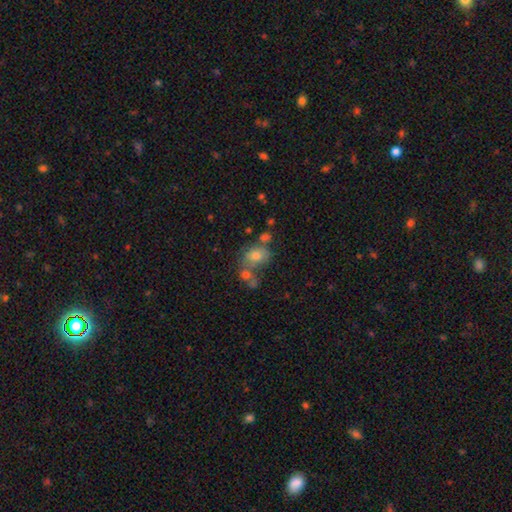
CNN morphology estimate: Q: Smooth or featured?
A: smooth (49%); runner-up: star or artifact (26%)
Q: Merging?
A: none (47%); runner-up: merger (33%)